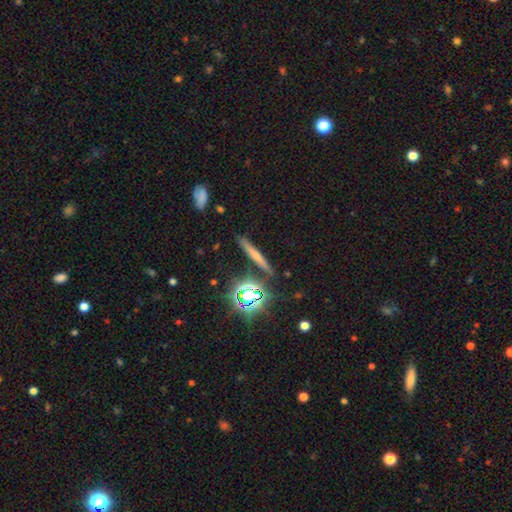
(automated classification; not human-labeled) Overall: smooth (52%; featured or disk 30%). How rounded: cigar-shaped (87%). Merging: none (85%).